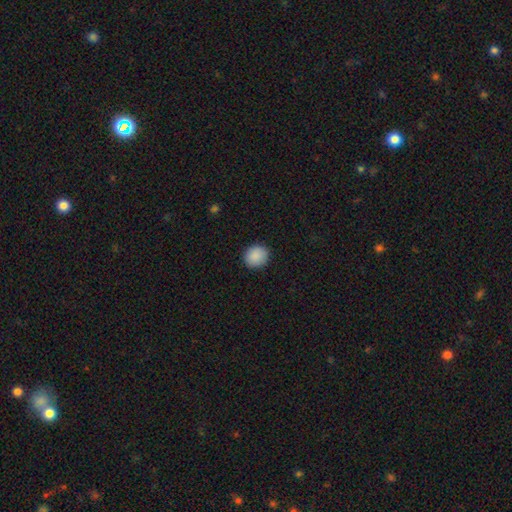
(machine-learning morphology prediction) Smooth or featured?
  - smooth: 90% *
  - star or artifact: 8%
  - featured or disk: 3%
How rounded?
  - round: 81% *
  - in between: 18%
  - cigar-shaped: 1%
Merging?
  - none: 91% *
  - minor disturbance: 7%
  - major disturbance: 2%
  - merger: 1%